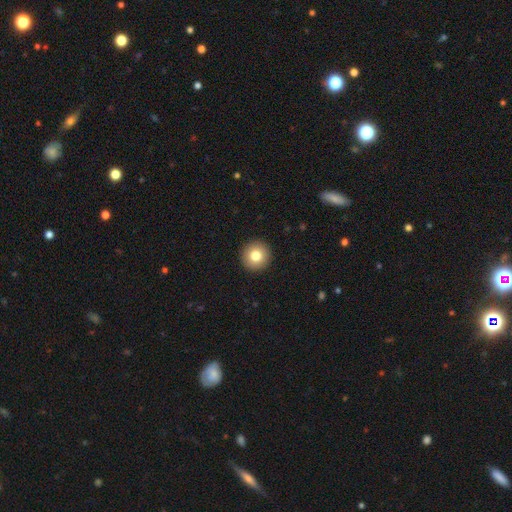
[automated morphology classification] smooth 79%, featured or disk 11%, star or artifact 10%. Down the decision tree: how rounded — round (96%); merging — none (94%).